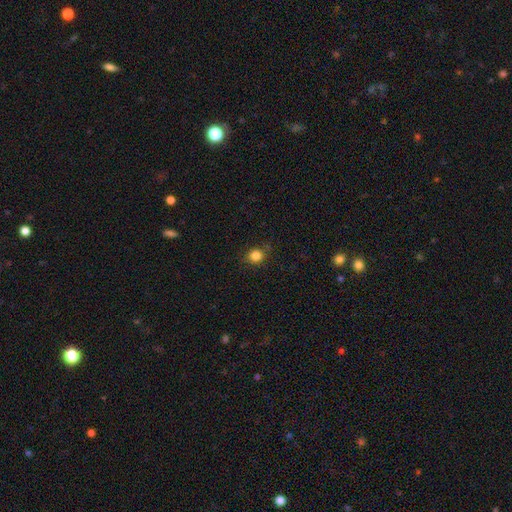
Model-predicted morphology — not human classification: smooth_or_featured: smooth (p=0.83) [alt: star or artifact p=0.12]
how_rounded: round (p=0.75) [alt: in between p=0.24]
merging: none (p=0.80) [alt: minor disturbance p=0.15]